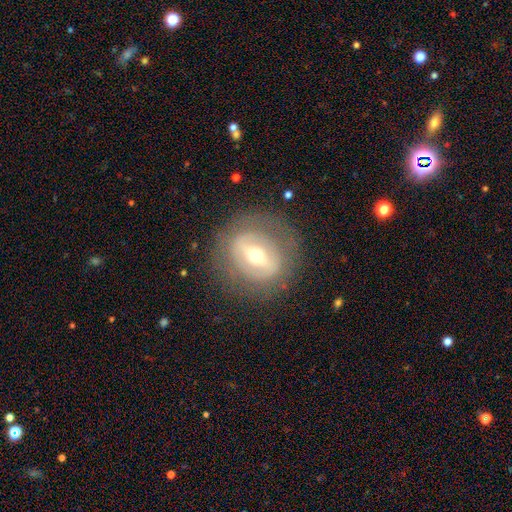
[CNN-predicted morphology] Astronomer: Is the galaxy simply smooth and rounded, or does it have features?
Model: featured or disk — 66%.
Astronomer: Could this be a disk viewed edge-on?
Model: no — 90%.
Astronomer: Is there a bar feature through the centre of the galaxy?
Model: strong — 52% (runner-up: weak, 30%).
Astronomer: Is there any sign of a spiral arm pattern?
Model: no — 73%.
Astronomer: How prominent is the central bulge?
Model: moderate — 54% (runner-up: small, 39%).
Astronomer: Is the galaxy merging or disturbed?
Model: none — 78%.